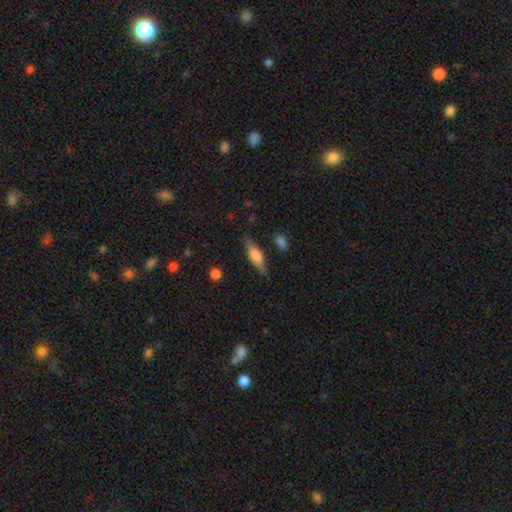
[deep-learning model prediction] This is possibly a smooth galaxy (58%). How rounded: possibly in between (49%). Merging: likely none (77%).